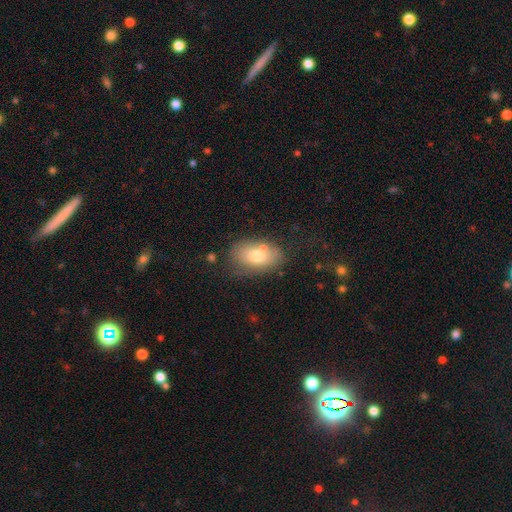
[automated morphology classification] This appears to be a smooth galaxy with no disk features (68%) that is in between round and cigar-shaped (89%). Merging: none (62%).